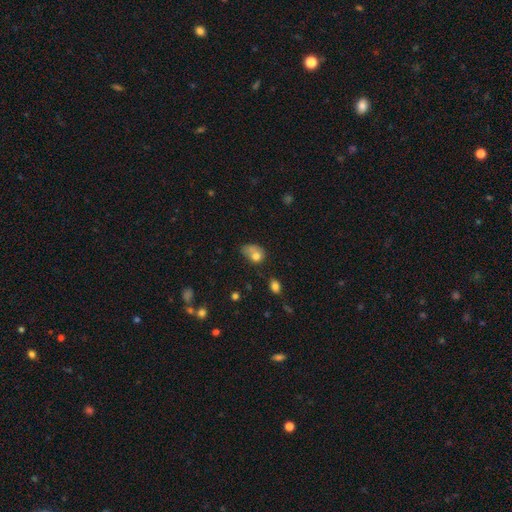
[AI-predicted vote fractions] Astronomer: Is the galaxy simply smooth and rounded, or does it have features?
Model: smooth — 73%.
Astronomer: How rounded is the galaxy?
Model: in between — 60% (runner-up: round, 38%).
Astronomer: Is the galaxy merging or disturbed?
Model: major disturbance — 32% (runner-up: minor disturbance, 30%).